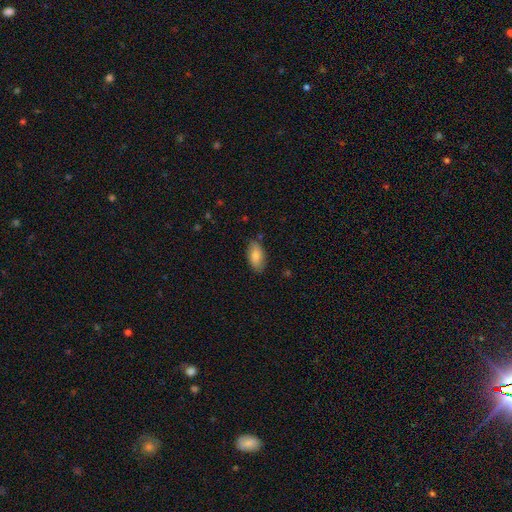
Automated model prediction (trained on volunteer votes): Smooth or featured? Predicted: smooth (p=0.80). How rounded? Predicted: in between (p=0.92). Merging? Predicted: none (p=0.83).